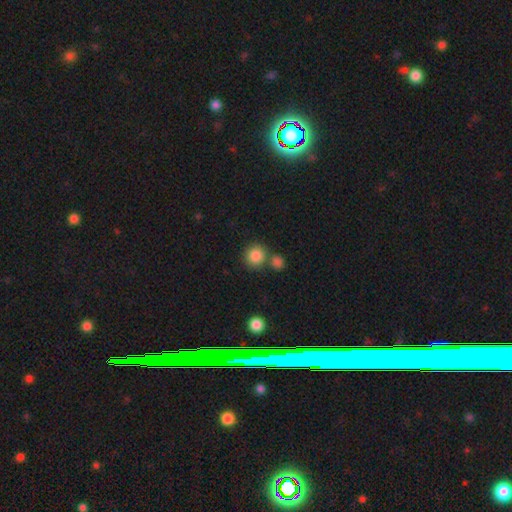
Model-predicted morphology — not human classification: Smooth or featured: smooth — 86% (star or artifact — 9%)
How rounded: round — 91% (in between — 8%)
Merging: none — 67% (merger — 21%)